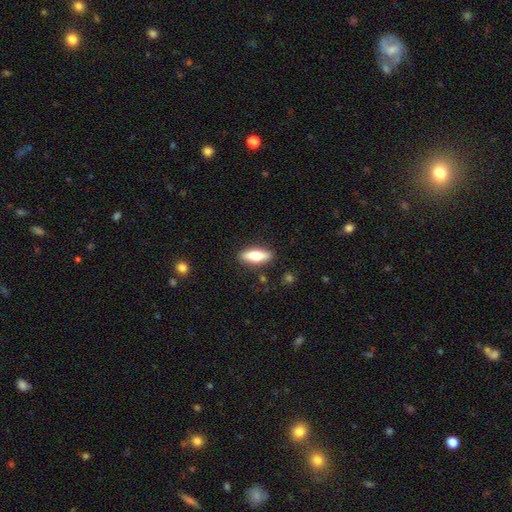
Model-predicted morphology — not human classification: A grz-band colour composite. It shows a smooth galaxy with no disk features (60%) that is in between round and cigar-shaped (59%). Merging: none (87%).